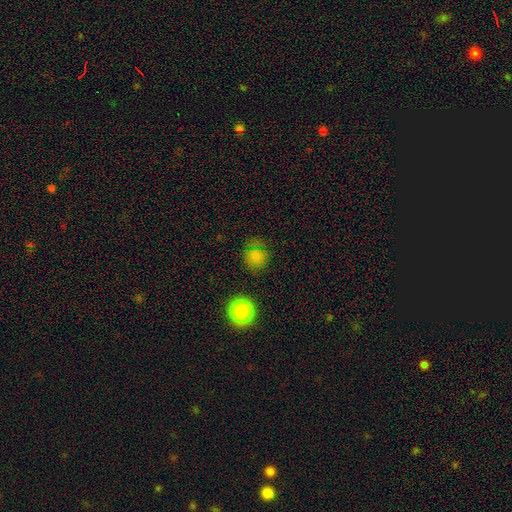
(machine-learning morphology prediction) type=smooth (70%); roundness=round (89%); merging=none (81%).